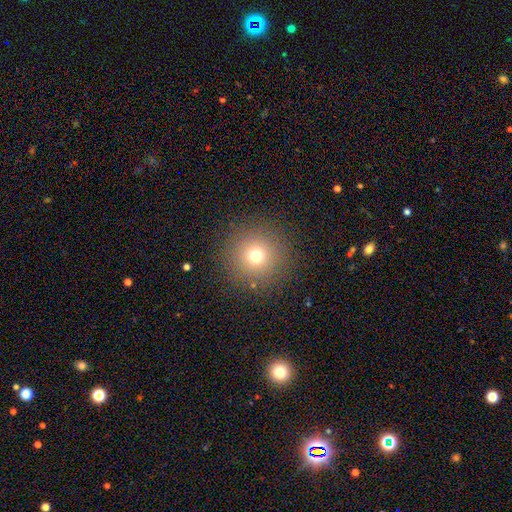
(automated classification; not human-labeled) A smooth galaxy with no disk features (72%) that is round (96%).

Vote fractions:
- Smooth or featured? smooth: 72% / star or artifact: 18% / featured or disk: 10%
- How rounded? round: 96% / in between: 3% / cigar-shaped: 1%
- Merging? none: 90% / minor disturbance: 6% / major disturbance: 3% / merger: 1%